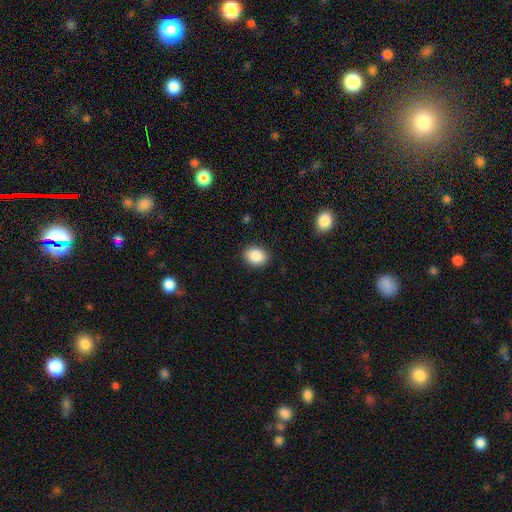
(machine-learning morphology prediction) Q: Smooth or featured?
A: smooth (88%); runner-up: star or artifact (8%)
Q: How rounded?
A: in between (56%); runner-up: round (43%)
Q: Merging?
A: none (90%); runner-up: minor disturbance (7%)